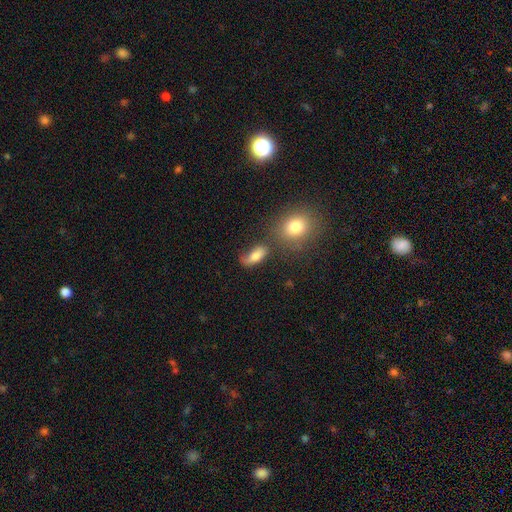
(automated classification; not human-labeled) Morphology: type=smooth (74%); roundness=in between (75%); merging=none (50%).